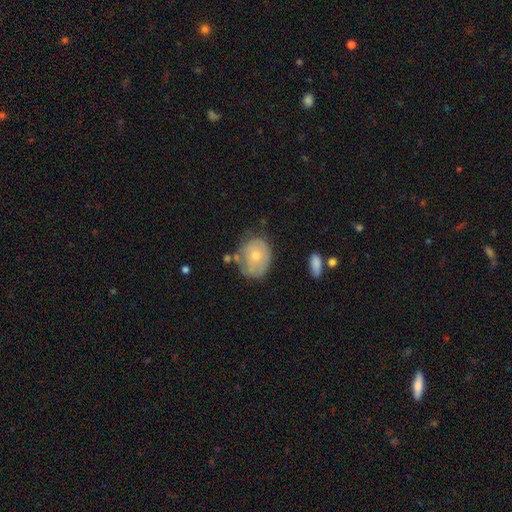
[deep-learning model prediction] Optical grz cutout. It shows a smooth galaxy with no disk features (54%) that is round (50%). Merging: none (51%).